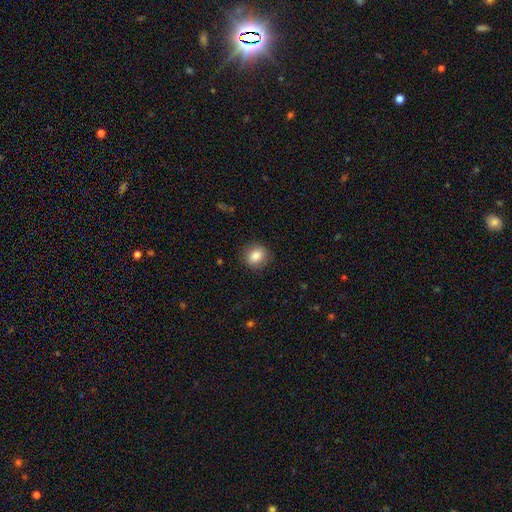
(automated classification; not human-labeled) A smooth galaxy with no disk features (85%) that is round (67%).

Vote fractions:
- Smooth or featured? smooth: 85% / star or artifact: 8% / featured or disk: 7%
- How rounded? round: 67% / in between: 32% / cigar-shaped: 1%
- Merging? none: 87% / minor disturbance: 9% / major disturbance: 3% / merger: 1%